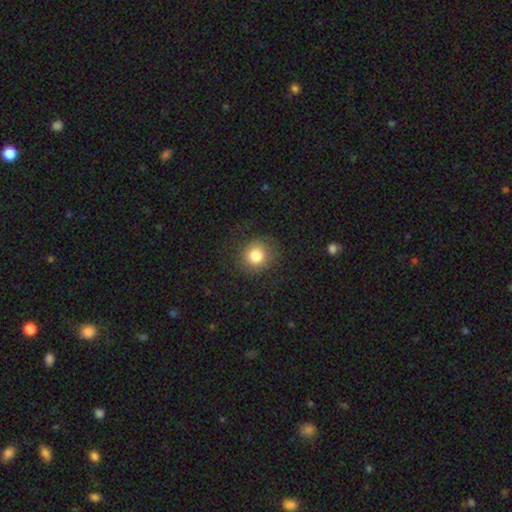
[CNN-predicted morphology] Smooth or featured: smooth — 82% (star or artifact — 11%)
How rounded: round — 89% (in between — 10%)
Merging: none — 85% (minor disturbance — 9%)